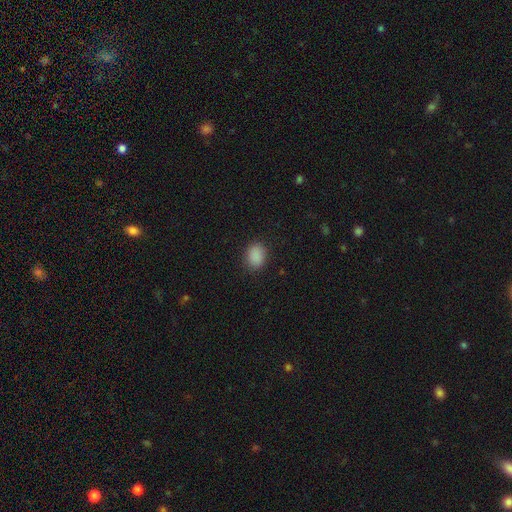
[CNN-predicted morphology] smooth-or-featured: smooth: 88% | star or artifact: 9% | featured or disk: 3%
  how-rounded: in between: 57% | round: 42% | cigar-shaped: 1%
  merging: none: 86% | minor disturbance: 10% | major disturbance: 3% | merger: 1%